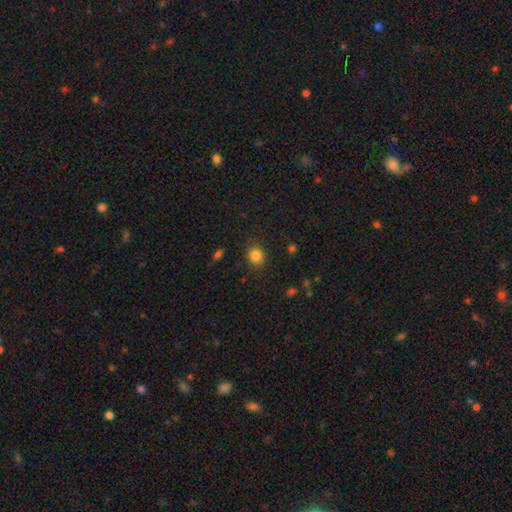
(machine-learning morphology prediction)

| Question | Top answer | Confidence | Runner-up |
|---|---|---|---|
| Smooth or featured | smooth | 83% | star or artifact (12%) |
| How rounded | round | 79% | in between (20%) |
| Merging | none | 87% | minor disturbance (9%) |